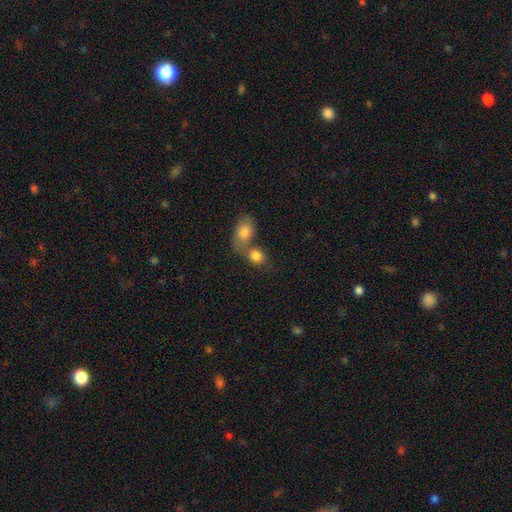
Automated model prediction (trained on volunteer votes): Overall: smooth (83%). How rounded: in between (55%; round 44%). Merging: merger (52%; none 35%).